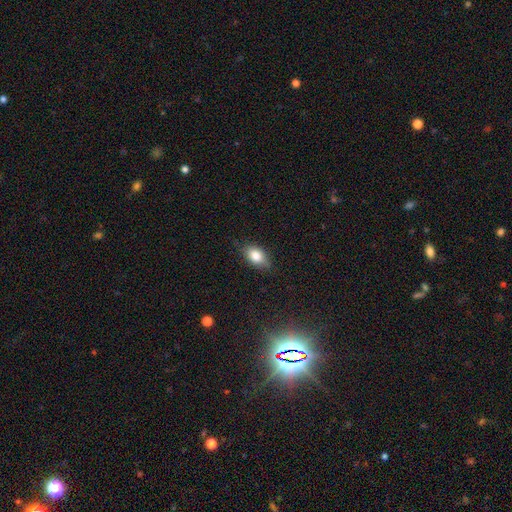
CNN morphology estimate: A smooth galaxy with no disk features (82%) that is in between round and cigar-shaped (87%). Merging: none (79%).